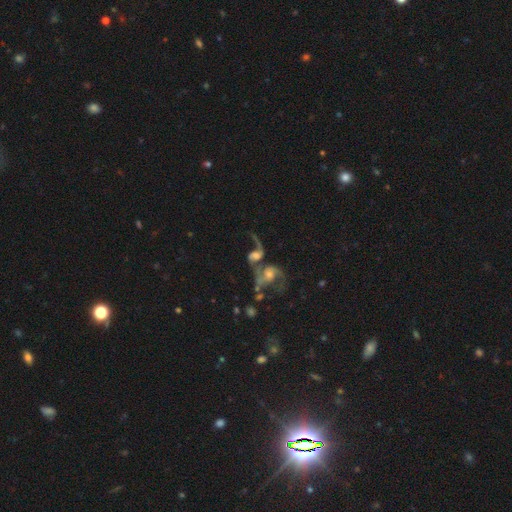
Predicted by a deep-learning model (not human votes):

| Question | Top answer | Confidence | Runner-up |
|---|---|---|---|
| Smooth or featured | featured or disk | 74% | smooth (17%) |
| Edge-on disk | no | 96% | yes (4%) |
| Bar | no | 57% | weak (33%) |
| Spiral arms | yes | 87% | no (13%) |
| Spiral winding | loose | 75% | medium (20%) |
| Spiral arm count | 2 | 72% | 1 (18%) |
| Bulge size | moderate | 44% | small (26%) |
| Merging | merger | 67% | none (13%) |